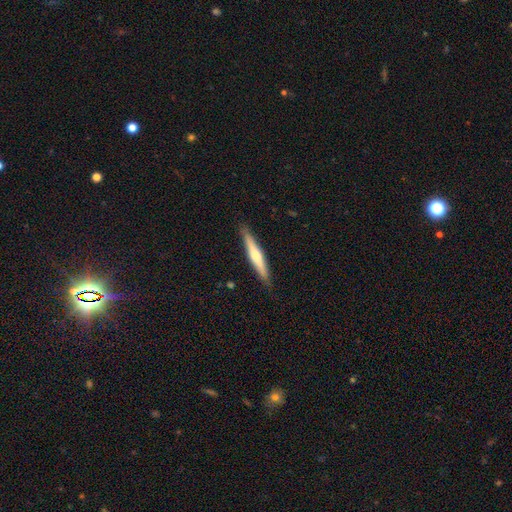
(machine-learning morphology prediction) featured or disk 48%, smooth 46%, star or artifact 5%. Down the decision tree: merging — none (89%).